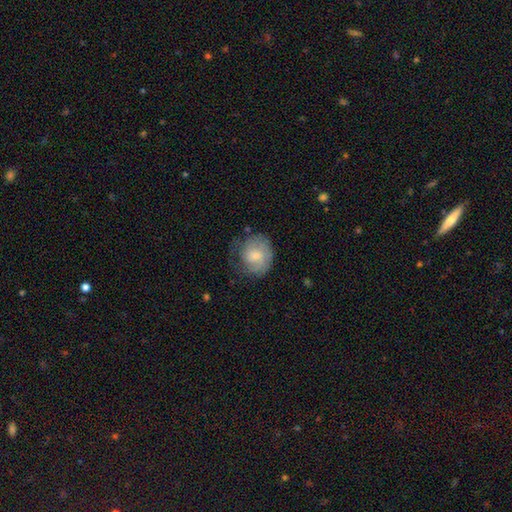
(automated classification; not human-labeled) Smooth or featured? Predicted: smooth (p=0.48). Merging? Predicted: none (p=0.56).